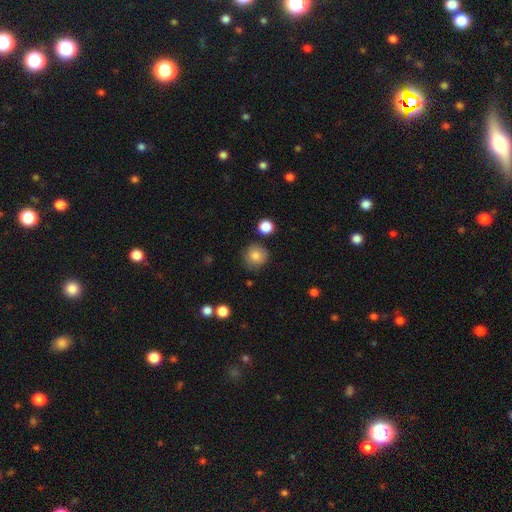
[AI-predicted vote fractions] smooth_or_featured: smooth (p=0.84) [alt: star or artifact p=0.09]
how_rounded: round (p=0.92) [alt: in between p=0.07]
merging: none (p=0.83) [alt: minor disturbance p=0.11]